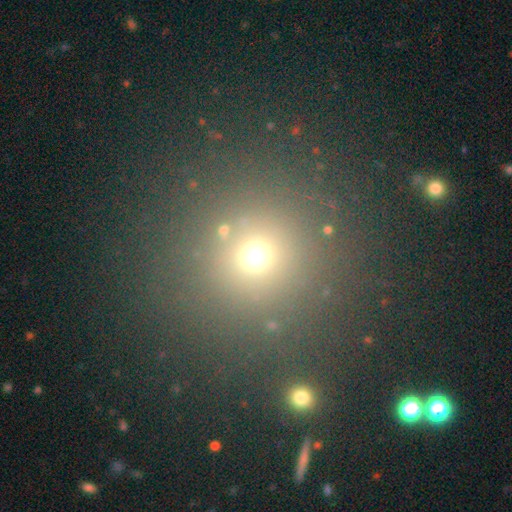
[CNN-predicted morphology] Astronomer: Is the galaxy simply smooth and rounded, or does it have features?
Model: smooth — 66%.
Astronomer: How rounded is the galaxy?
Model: round — 89%.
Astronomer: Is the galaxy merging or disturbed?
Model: none — 79%.